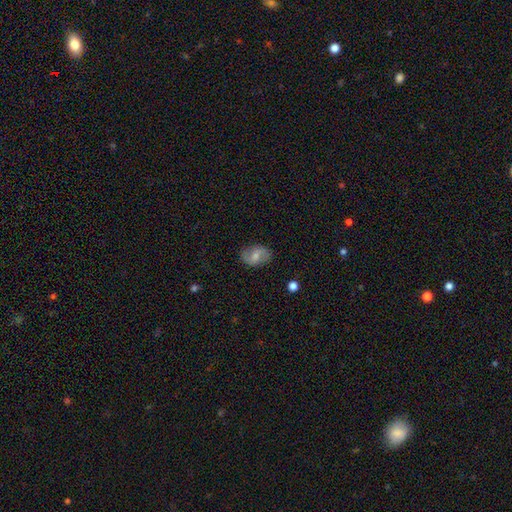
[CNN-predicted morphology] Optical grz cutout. It shows a smooth galaxy with no disk features (51%) that is in between round and cigar-shaped (80%). Merging: none (79%).